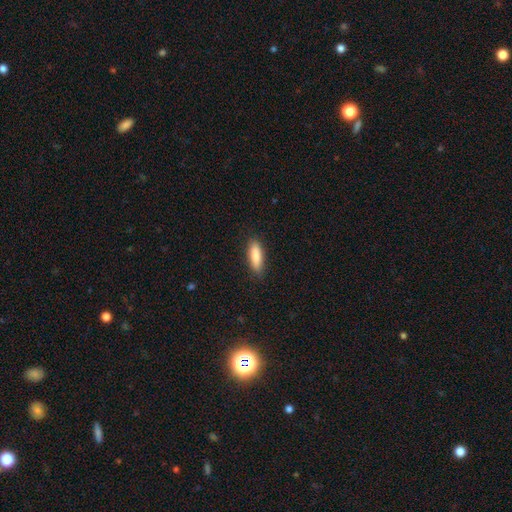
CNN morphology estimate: Smooth or featured? smooth (86%)
How rounded? in between (51%)
Merging? none (87%)